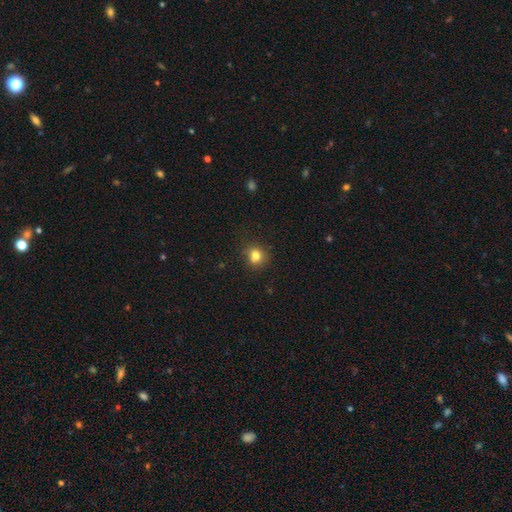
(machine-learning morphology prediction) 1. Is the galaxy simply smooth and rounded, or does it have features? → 79% smooth, 14% star or artifact, 8% featured or disk.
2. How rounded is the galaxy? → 79% round, 20% in between, 1% cigar-shaped.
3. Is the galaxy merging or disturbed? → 77% none, 14% minor disturbance, 5% merger, 4% major disturbance.